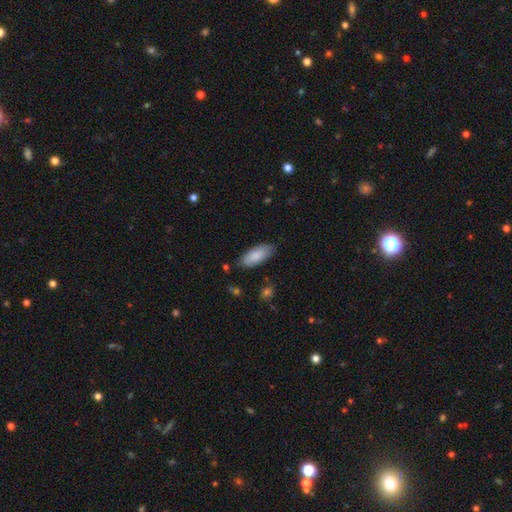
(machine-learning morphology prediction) Smooth or featured: smooth — 84% (featured or disk — 10%)
How rounded: in between — 88% (cigar-shaped — 11%)
Merging: none — 80% (minor disturbance — 15%)